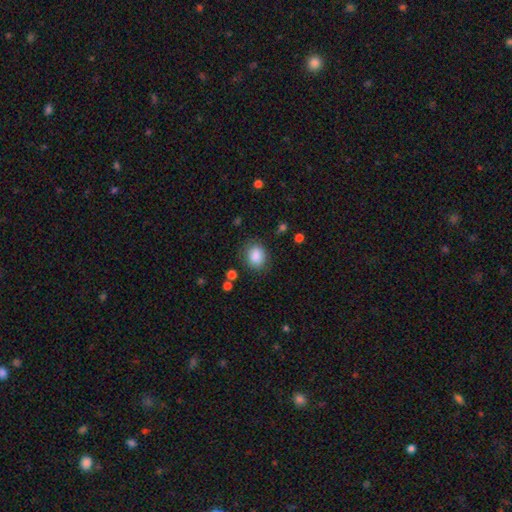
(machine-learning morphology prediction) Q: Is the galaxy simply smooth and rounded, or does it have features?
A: smooth — 86%.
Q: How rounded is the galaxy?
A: round — 52%.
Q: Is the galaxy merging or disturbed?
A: none — 79%.